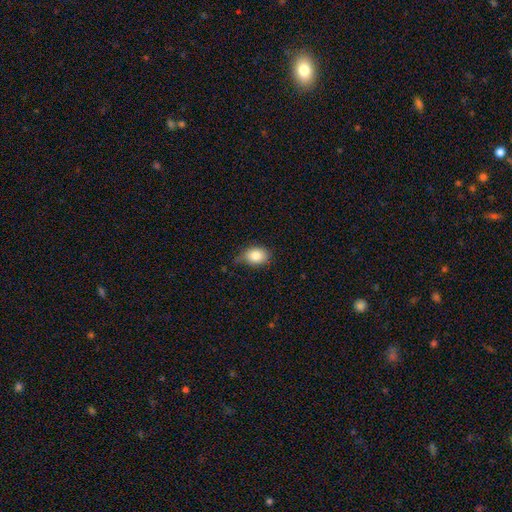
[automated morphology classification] Smooth or featured: smooth — 84% (star or artifact — 9%)
How rounded: in between — 65% (round — 34%)
Merging: none — 64% (minor disturbance — 29%)